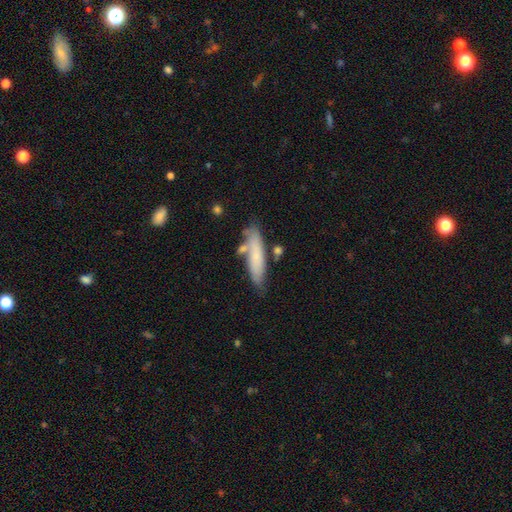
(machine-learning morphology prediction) The model was most divided on "how rounded": cigar-shaped: 71%, in between: 27%, round: 2%. More confident: smooth or featured — smooth (69%); merging — none (64%).